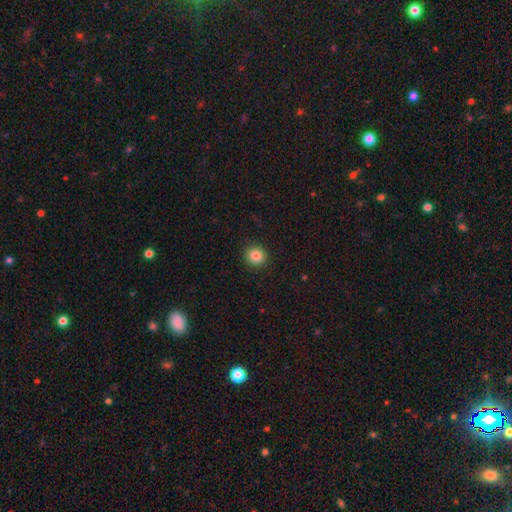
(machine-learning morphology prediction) This appears to be a smooth galaxy with no disk features (85%) that is round (88%). Merging: none (92%).